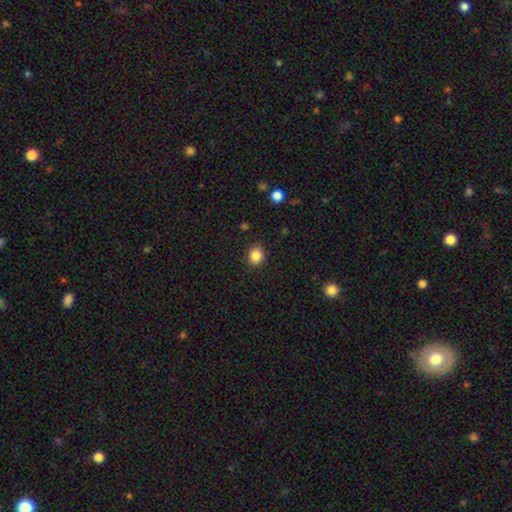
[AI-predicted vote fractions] Smooth or featured? smooth (87%)
How rounded? round (64%)
Merging? none (89%)